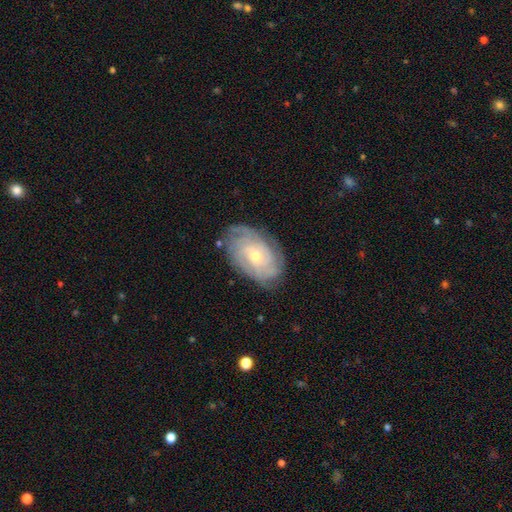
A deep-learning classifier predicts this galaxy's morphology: smooth-or-featured: featured or disk: 79% | smooth: 15% | star or artifact: 6%
  disk-edge-on: no: 95% | yes: 5%
    bar: no: 73% | weak: 23% | strong: 4%
    has-spiral-arms: yes: 93% | no: 7%
      spiral-winding: tight: 74% | medium: 20% | loose: 6%
      spiral-arm-count: can't tell: 46% | 4: 18% | 3: 13% | 2: 11% | more than 4: 8% | 1: 5%
    bulge-size: small: 58% | moderate: 39% | large: 1% | none: 1% | dominant: 1%
  merging: none: 77% | minor disturbance: 17% | major disturbance: 5% | merger: 1%